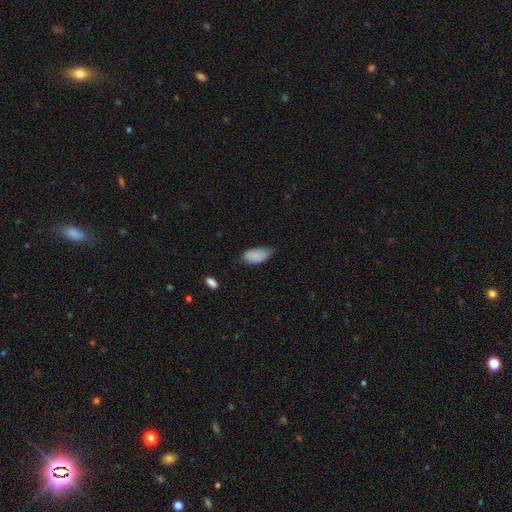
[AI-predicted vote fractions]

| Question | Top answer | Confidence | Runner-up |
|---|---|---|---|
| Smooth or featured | smooth | 85% | featured or disk (7%) |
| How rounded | in between | 93% | cigar-shaped (4%) |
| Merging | none | 55% | minor disturbance (36%) |